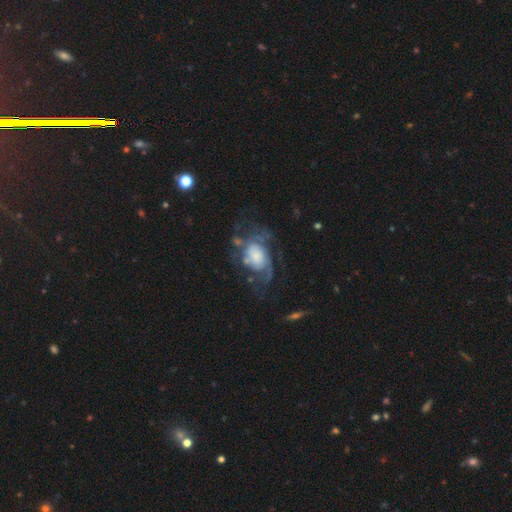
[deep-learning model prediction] Smooth or featured: featured or disk — 70% (smooth — 23%)
Edge-on disk: no — 97% (yes — 3%)
Bar: no — 75% (weak — 21%)
Spiral arms: yes — 84% (no — 16%)
Spiral winding: medium — 40% (loose — 33%)
Spiral arm count: 2 — 36% (can't tell — 30%)
Bulge size: small — 33% (large — 28%)
Merging: none — 39% (major disturbance — 35%)